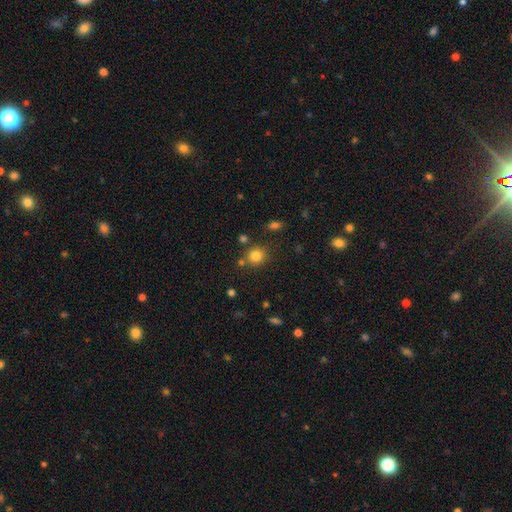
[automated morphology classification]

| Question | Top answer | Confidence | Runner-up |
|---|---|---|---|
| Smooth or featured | smooth | 82% | star or artifact (12%) |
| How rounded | round | 83% | in between (16%) |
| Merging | none | 76% | minor disturbance (10%) |